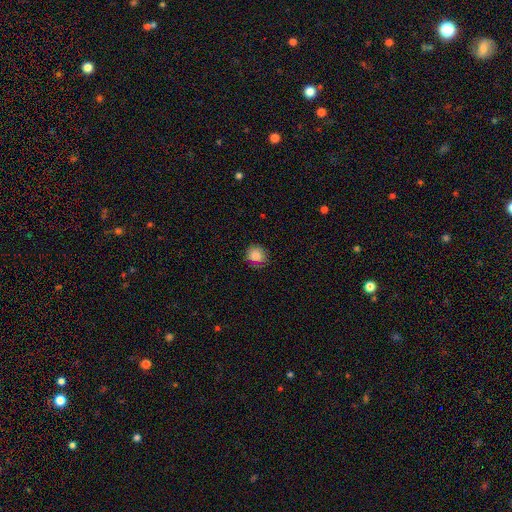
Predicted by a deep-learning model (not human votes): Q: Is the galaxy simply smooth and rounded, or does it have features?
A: smooth — 83%.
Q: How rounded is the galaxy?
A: round — 86%.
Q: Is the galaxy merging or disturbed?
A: none — 77%.